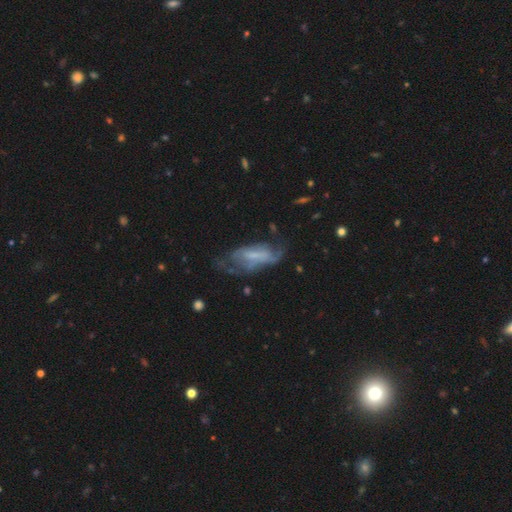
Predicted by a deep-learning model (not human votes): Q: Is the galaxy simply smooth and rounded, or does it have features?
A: featured or disk — 60%.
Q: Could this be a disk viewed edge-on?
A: no — 88%.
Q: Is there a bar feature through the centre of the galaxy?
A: weak — 40%.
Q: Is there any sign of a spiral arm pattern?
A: yes — 64%.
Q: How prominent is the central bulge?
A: small — 43%.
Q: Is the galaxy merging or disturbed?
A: none — 40%.